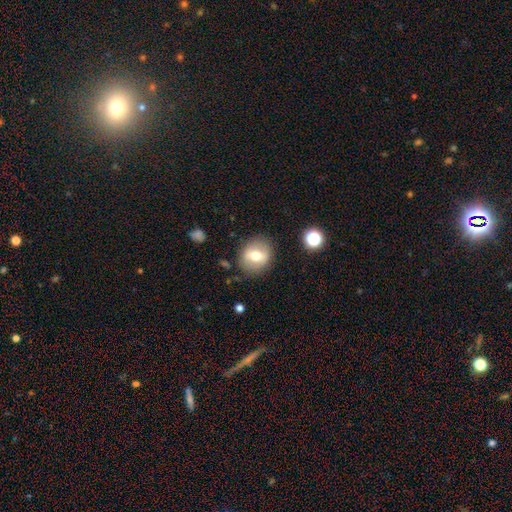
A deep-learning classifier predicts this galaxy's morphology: The model was most divided on "smooth or featured": smooth: 59%, featured or disk: 33%, star or artifact: 9%. More confident: merging — none (83%); how rounded — round (65%).